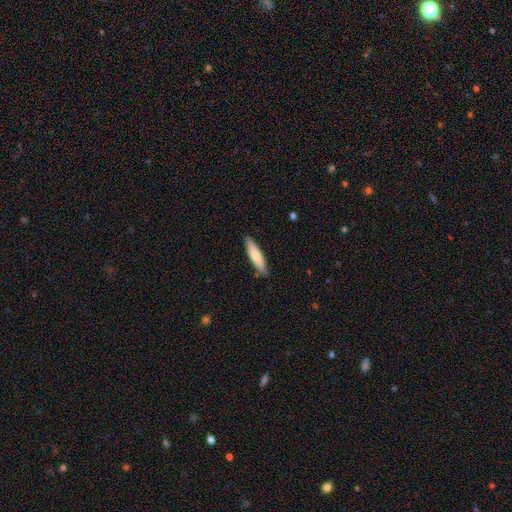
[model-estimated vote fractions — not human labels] Smooth or featured? smooth (72%)
How rounded? cigar-shaped (74%)
Merging? none (87%)